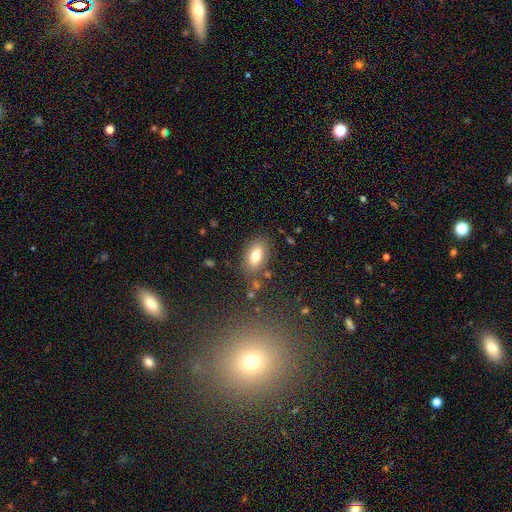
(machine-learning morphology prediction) This is likely a smooth galaxy (74%). How rounded: clearly in between (89%). Merging: clearly none (80%).